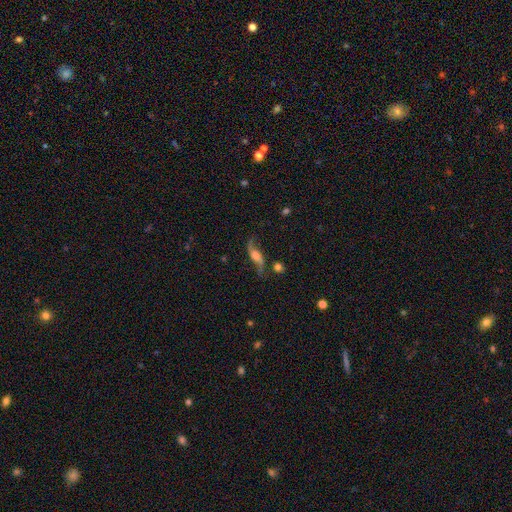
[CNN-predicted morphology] The model was most divided on "bulge size": moderate: 46%, small: 24%, large: 18%, none: 9%, dominant: 4%. More confident: spiral arms — yes (95%); spiral arm count — 2 (93%); spiral winding — loose (91%); edge-on disk — no (83%); smooth or featured — featured or disk (81%); merging — none (72%); bar — no (55%).